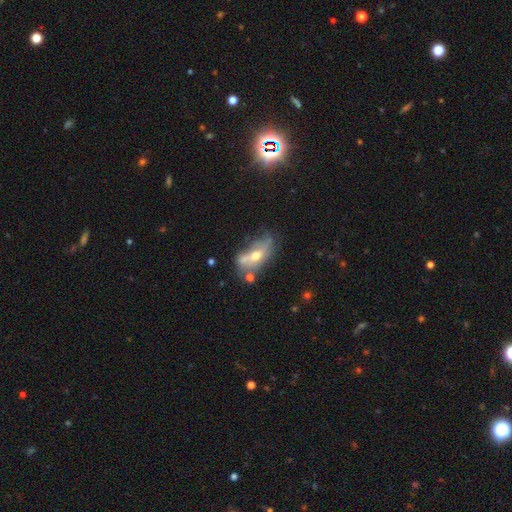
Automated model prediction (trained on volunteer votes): Smooth or featured: featured or disk — 55% (smooth — 35%)
Edge-on disk: no — 77% (yes — 23%)
Merging: none — 40% (minor disturbance — 23%)